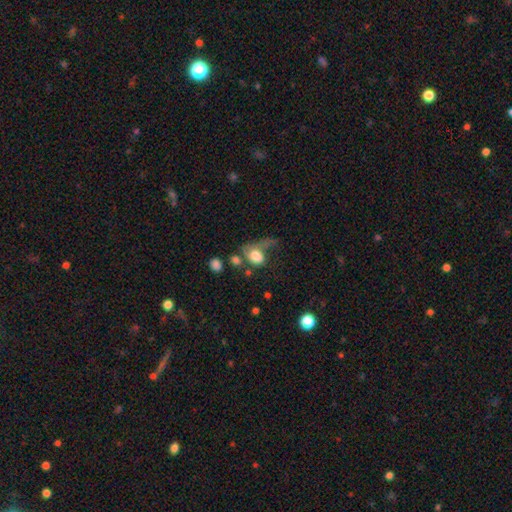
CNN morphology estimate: smooth_or_featured: smooth (p=0.69) [alt: featured or disk p=0.21]
how_rounded: in between (p=0.63) [alt: round p=0.36]
merging: major disturbance (p=0.51) [alt: merger p=0.17]